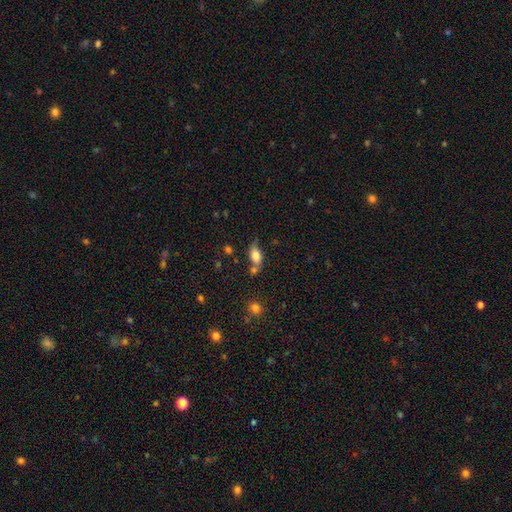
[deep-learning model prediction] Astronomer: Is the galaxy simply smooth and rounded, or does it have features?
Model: smooth — 70%.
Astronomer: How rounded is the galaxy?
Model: in between — 82%.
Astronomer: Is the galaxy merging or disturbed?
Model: none — 51%.